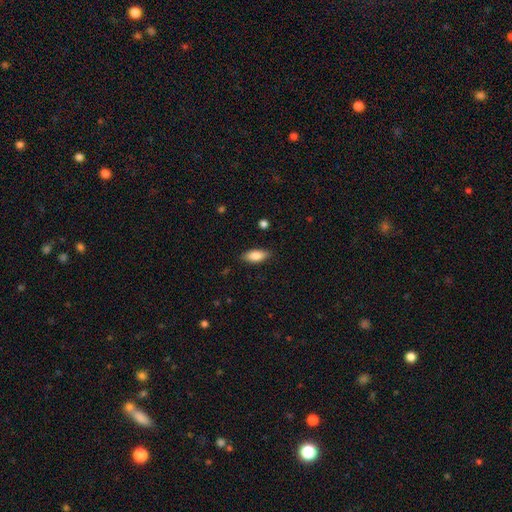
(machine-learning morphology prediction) smooth_or_featured: smooth (p=0.83) [alt: featured or disk p=0.10]
how_rounded: in between (p=0.83) [alt: cigar-shaped p=0.15]
merging: none (p=0.86) [alt: minor disturbance p=0.10]